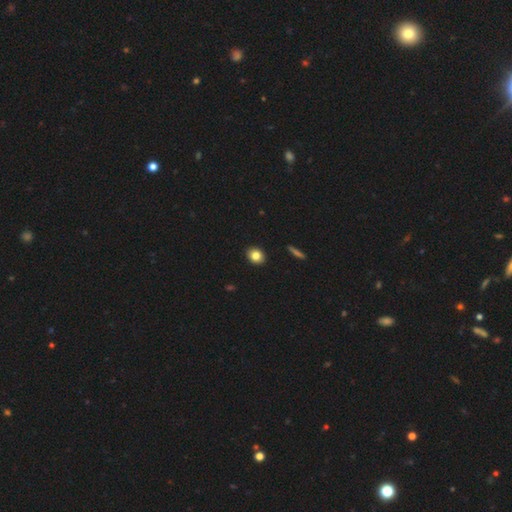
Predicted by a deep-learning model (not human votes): This appears to be a smooth galaxy with no disk features (82%) that is round (59%). Merging: none (91%).